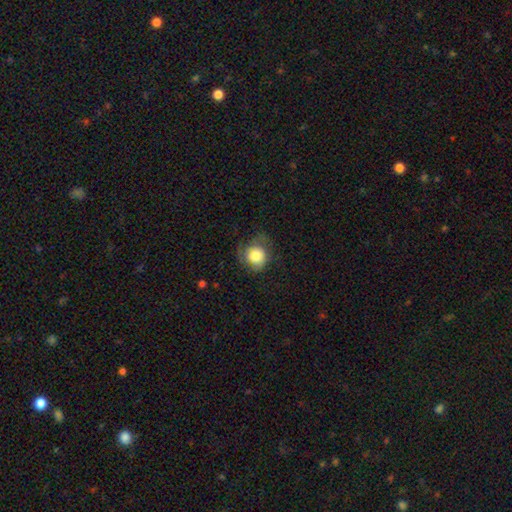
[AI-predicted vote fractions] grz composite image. It shows a smooth galaxy with no disk features (73%) that is round (81%). Merging: none (57%).